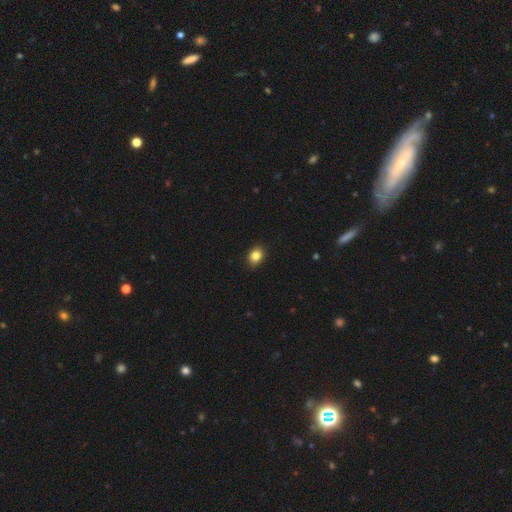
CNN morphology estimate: Q: Smooth or featured?
A: smooth (84%); runner-up: star or artifact (10%)
Q: How rounded?
A: in between (50%); runner-up: round (49%)
Q: Merging?
A: none (89%); runner-up: minor disturbance (8%)